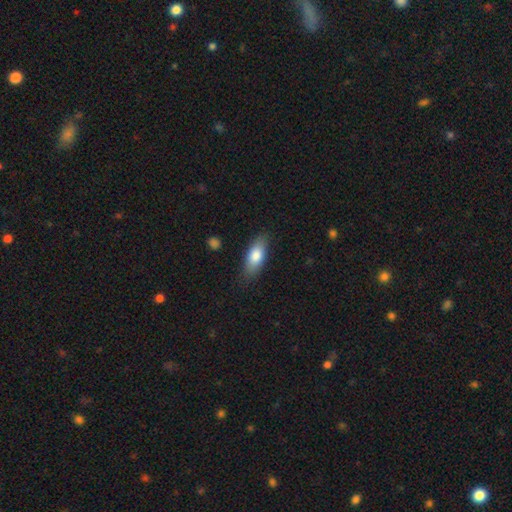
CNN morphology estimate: Smooth or featured? Predicted: smooth (p=0.79). How rounded? Predicted: in between (p=0.79). Merging? Predicted: none (p=0.83).